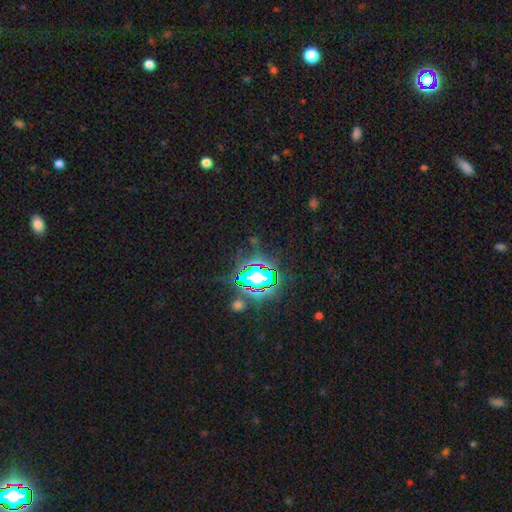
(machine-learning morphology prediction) Smooth or featured: star or artifact — 80% (smooth — 12%)